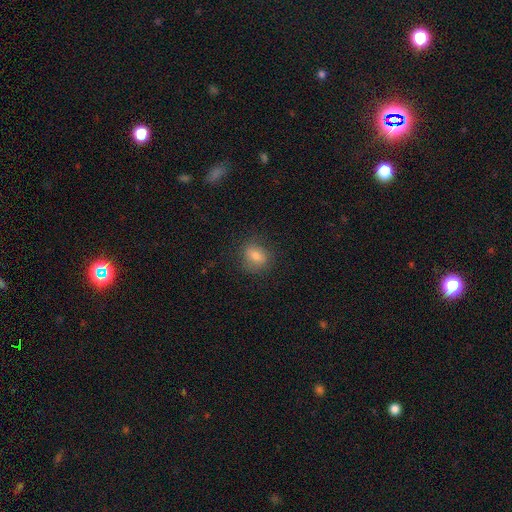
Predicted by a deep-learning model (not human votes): Smooth or featured?
  - smooth: 75% *
  - featured or disk: 14%
  - star or artifact: 11%
How rounded?
  - round: 58% *
  - in between: 40%
  - cigar-shaped: 2%
Merging?
  - none: 82% *
  - minor disturbance: 13%
  - major disturbance: 4%
  - merger: 1%